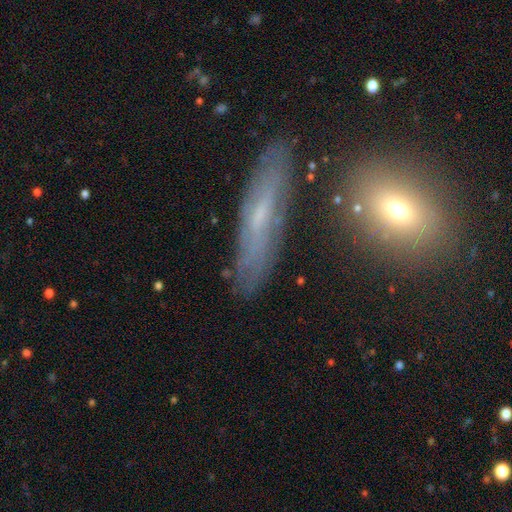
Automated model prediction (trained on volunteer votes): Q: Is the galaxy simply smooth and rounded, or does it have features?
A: featured or disk — 49%.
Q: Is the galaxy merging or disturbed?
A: none — 75%.